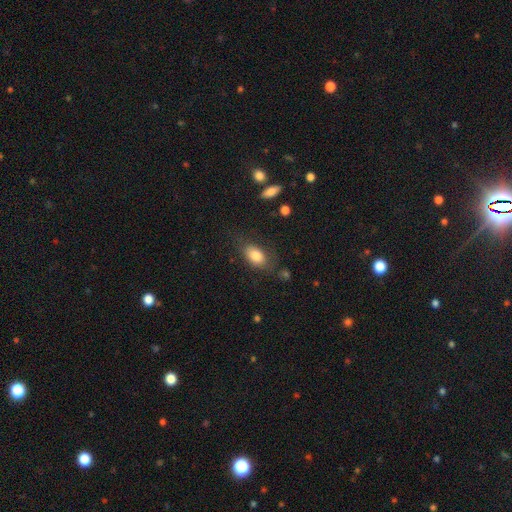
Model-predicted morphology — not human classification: smooth 81%, featured or disk 11%, star or artifact 8%. Down the decision tree: how rounded — in between (88%); merging — none (71%).